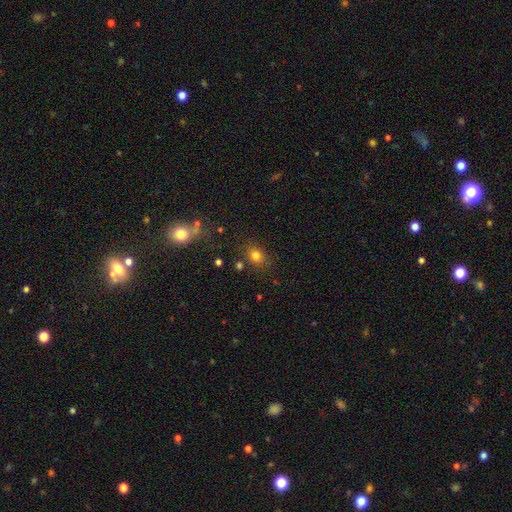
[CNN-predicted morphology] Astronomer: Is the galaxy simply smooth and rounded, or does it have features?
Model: smooth — 77%.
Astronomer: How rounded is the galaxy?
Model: round — 52% (runner-up: in between, 47%).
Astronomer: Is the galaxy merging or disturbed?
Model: none — 76%.